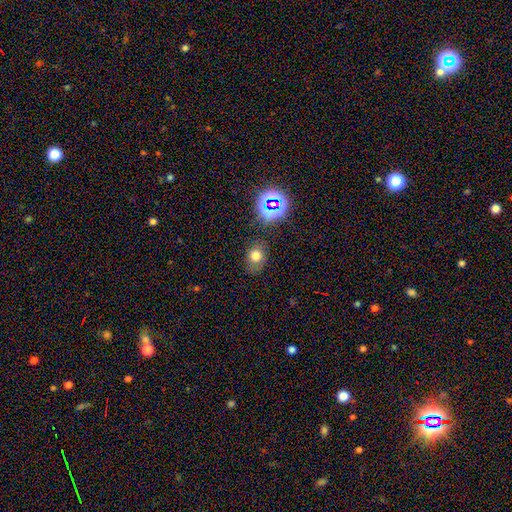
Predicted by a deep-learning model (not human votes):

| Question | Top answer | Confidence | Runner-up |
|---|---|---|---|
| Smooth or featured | smooth | 66% | star or artifact (20%) |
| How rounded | round | 50% | in between (49%) |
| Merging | none | 71% | minor disturbance (19%) |